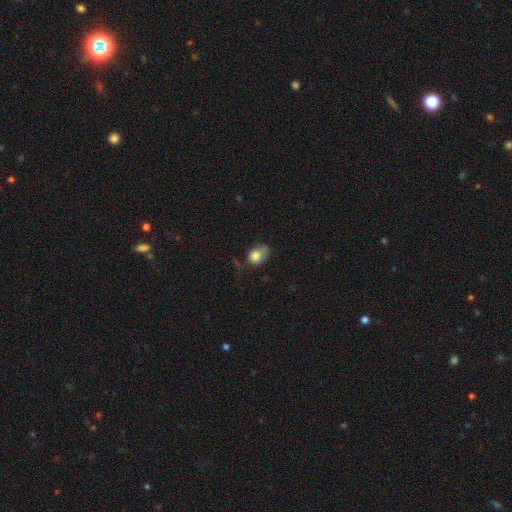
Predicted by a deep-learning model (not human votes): Q: Smooth or featured?
A: smooth (80%); runner-up: featured or disk (10%)
Q: How rounded?
A: in between (50%); runner-up: round (49%)
Q: Merging?
A: none (39%); runner-up: minor disturbance (36%)